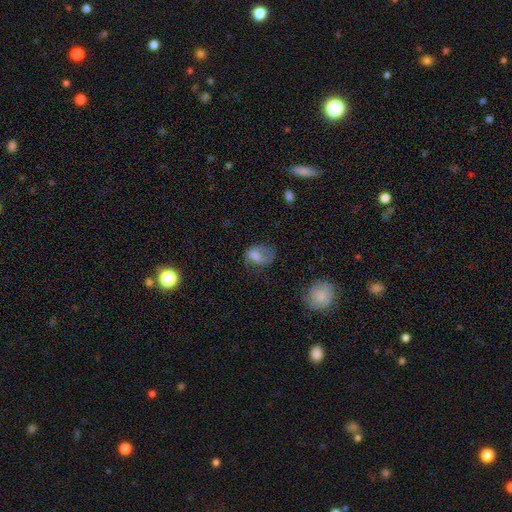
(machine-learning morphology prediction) This is possibly a smooth galaxy (59%). How rounded: likely in between (75%). Merging: marginally none (38%).